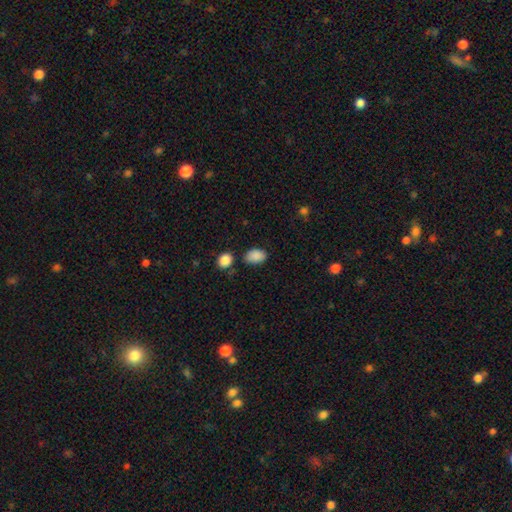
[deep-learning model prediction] A smooth galaxy with no disk features (89%) that is in between round and cigar-shaped (86%). Merging: none (74%).